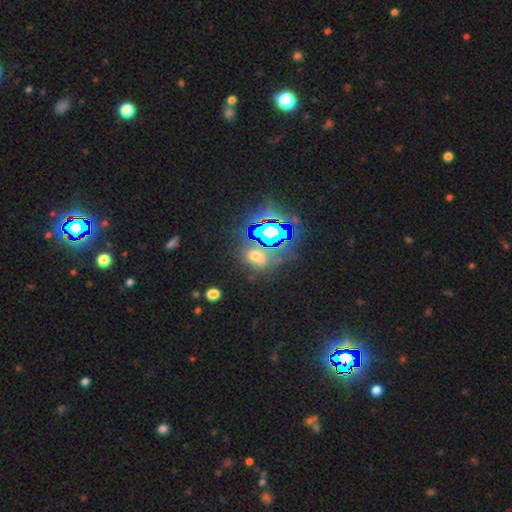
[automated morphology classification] smooth_or_featured: star or artifact (p=0.52) [alt: smooth p=0.37]